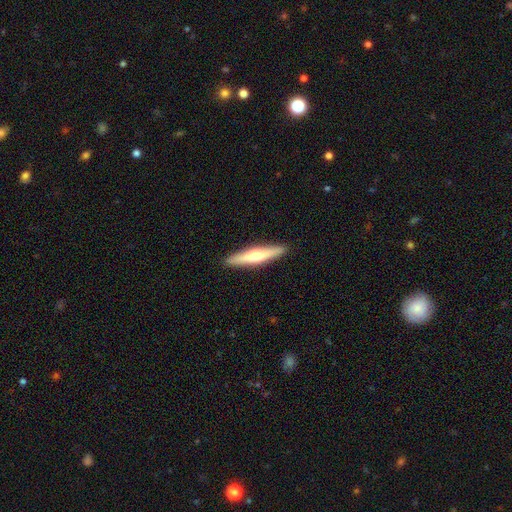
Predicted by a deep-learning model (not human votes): Morphology: type=smooth (50%); merging=none (91%).